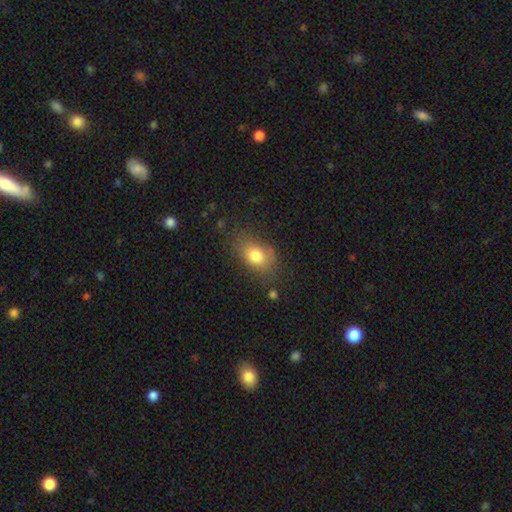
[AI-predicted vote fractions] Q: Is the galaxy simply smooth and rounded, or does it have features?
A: smooth — 78%.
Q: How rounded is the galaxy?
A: in between — 76%.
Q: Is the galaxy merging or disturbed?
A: none — 64%.